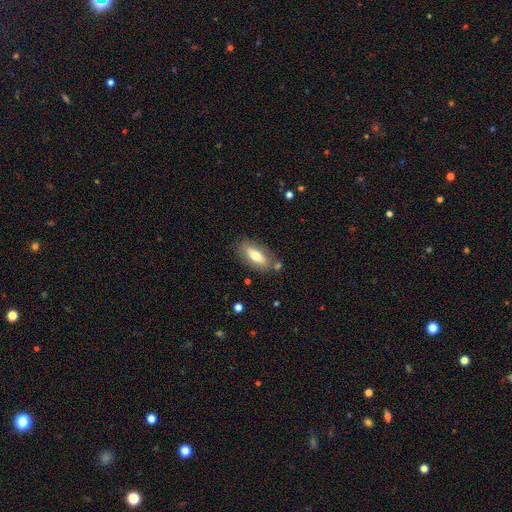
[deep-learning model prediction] Overall: smooth (65%; featured or disk 28%). How rounded: in between (76%). Merging: none (76%).